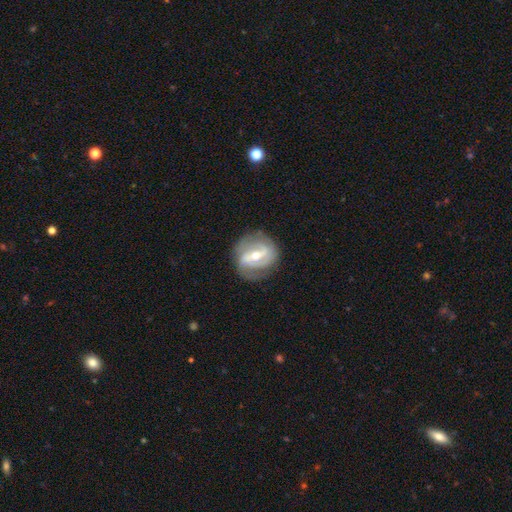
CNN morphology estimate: The model was most divided on "spiral winding": medium: 43%, tight: 35%, loose: 21%. Remaining: edge-on disk — no (96%); spiral arms — yes (86%); smooth or featured — featured or disk (80%); merging — none (75%); spiral arm count — 2 (72%); bulge size — moderate (56%); bar — strong (46%).